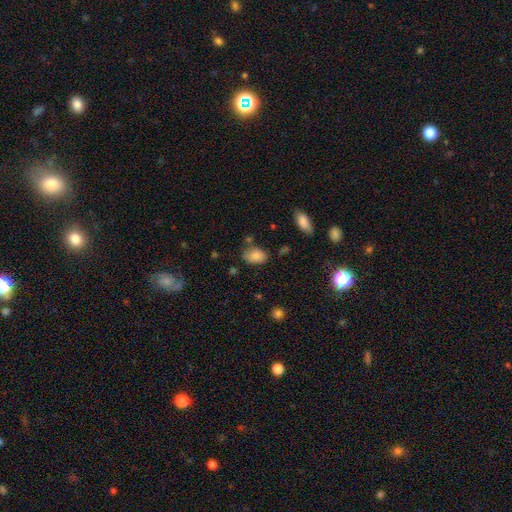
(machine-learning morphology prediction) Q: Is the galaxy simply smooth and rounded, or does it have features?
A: smooth — 84%.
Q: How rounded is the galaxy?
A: in between — 85%.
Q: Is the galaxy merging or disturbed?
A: none — 68%.